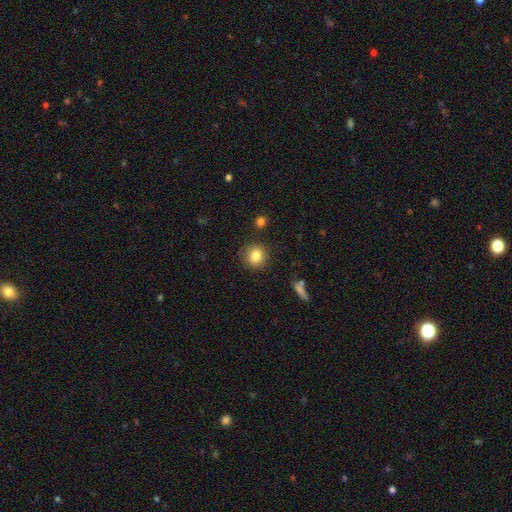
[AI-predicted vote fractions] Smooth or featured: smooth — 83% (star or artifact — 10%)
How rounded: round — 83% (in between — 15%)
Merging: none — 87% (minor disturbance — 8%)